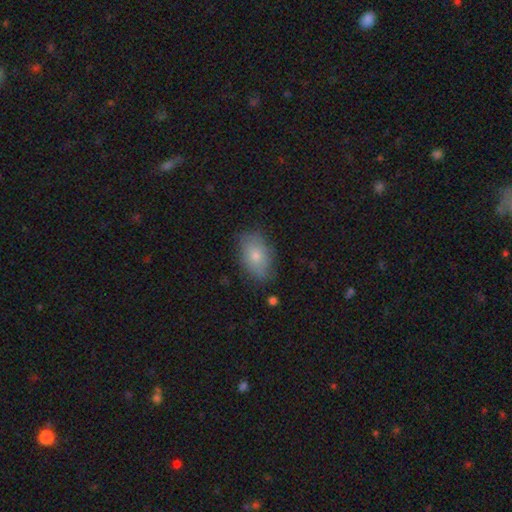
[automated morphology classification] smooth_or_featured: smooth (p=0.73) [alt: featured or disk p=0.19]
how_rounded: in between (p=0.89) [alt: round p=0.09]
merging: none (p=0.81) [alt: minor disturbance p=0.15]